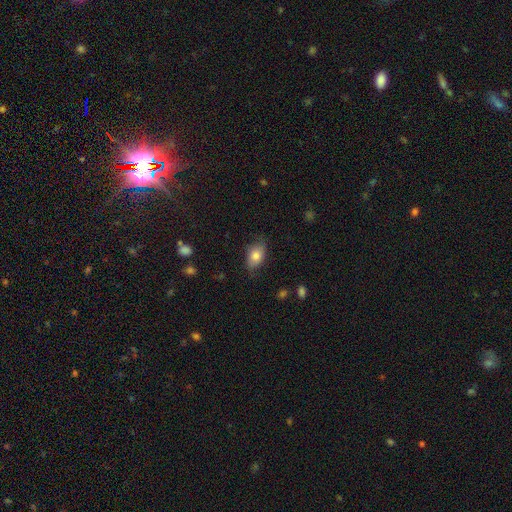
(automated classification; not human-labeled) Morphology: type=smooth (76%); roundness=in between (86%); merging=none (72%).